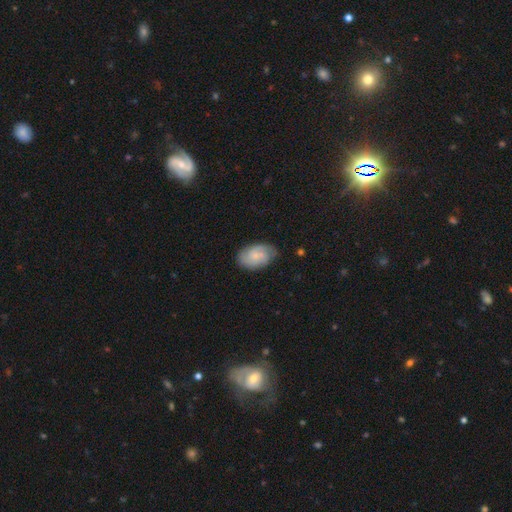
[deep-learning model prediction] Q: Smooth or featured?
A: featured or disk (50%); runner-up: smooth (43%)
Q: Edge-on disk?
A: no (97%); runner-up: yes (3%)
Q: Merging?
A: none (74%); runner-up: minor disturbance (20%)